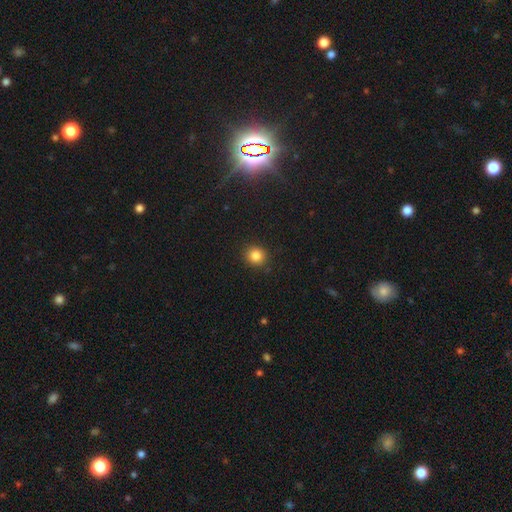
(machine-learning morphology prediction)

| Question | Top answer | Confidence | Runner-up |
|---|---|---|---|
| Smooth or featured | smooth | 84% | star or artifact (11%) |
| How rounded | round | 87% | in between (12%) |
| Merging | none | 89% | minor disturbance (7%) |